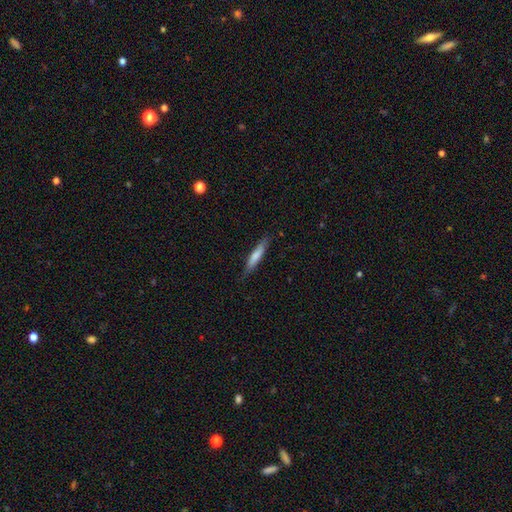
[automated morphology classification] Smooth or featured? smooth (72%)
How rounded? cigar-shaped (88%)
Merging? none (81%)